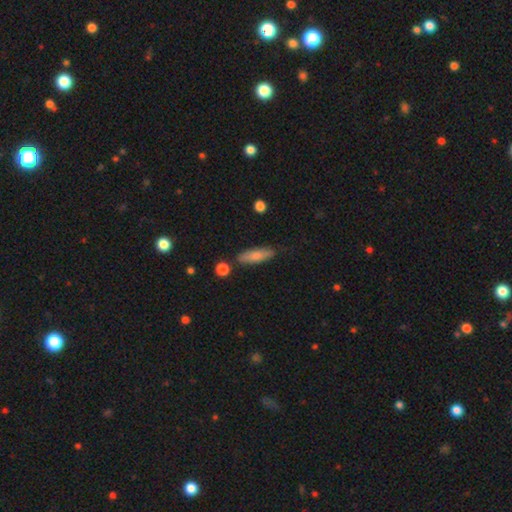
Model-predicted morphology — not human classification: A smooth galaxy with no disk features (77%) that is cigar-shaped (55%). Merging: none (79%).